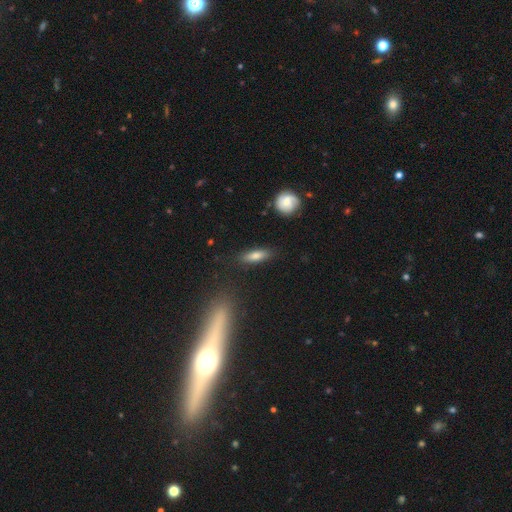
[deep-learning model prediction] Q: Smooth or featured?
A: smooth (75%); runner-up: featured or disk (17%)
Q: How rounded?
A: cigar-shaped (49%); runner-up: in between (48%)
Q: Merging?
A: none (84%); runner-up: minor disturbance (11%)